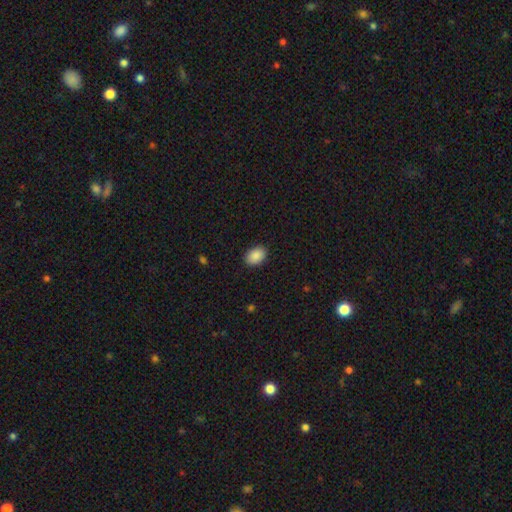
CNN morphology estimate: smooth_or_featured: smooth (p=0.89) [alt: star or artifact p=0.07]
how_rounded: in between (p=0.83) [alt: round p=0.16]
merging: none (p=0.89) [alt: minor disturbance p=0.08]